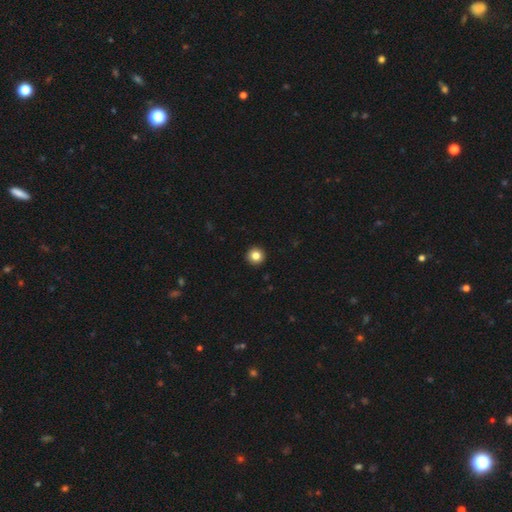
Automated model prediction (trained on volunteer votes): A smooth galaxy with no disk features (84%) that is round (96%).

Vote fractions:
- Smooth or featured? smooth: 84% / star or artifact: 10% / featured or disk: 6%
- How rounded? round: 96% / in between: 3% / cigar-shaped: 1%
- Merging? none: 94% / minor disturbance: 4% / major disturbance: 1% / merger: 1%